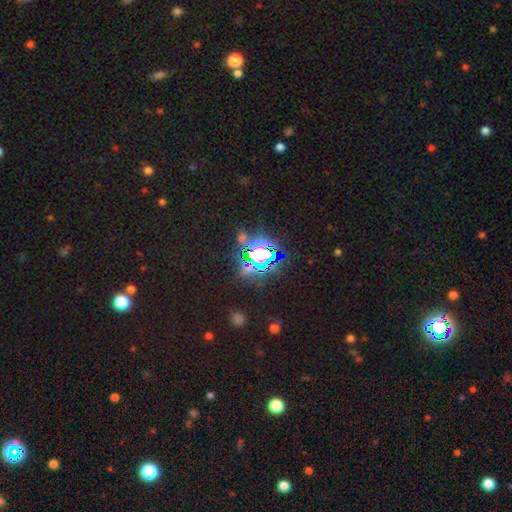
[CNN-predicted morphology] Smooth or featured? Predicted: star or artifact (p=0.77).